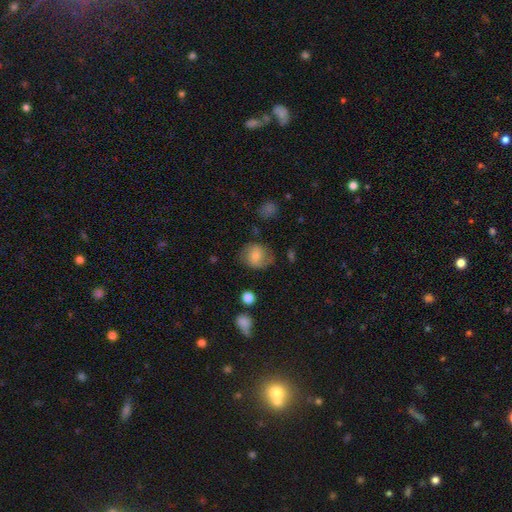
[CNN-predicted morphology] Smooth or featured?
  - smooth: 67% *
  - featured or disk: 24%
  - star or artifact: 9%
How rounded?
  - round: 72% *
  - in between: 27%
  - cigar-shaped: 1%
Merging?
  - none: 67% *
  - minor disturbance: 21%
  - major disturbance: 9%
  - merger: 2%